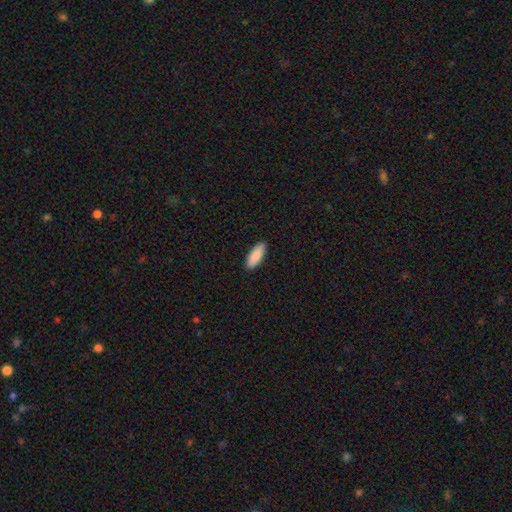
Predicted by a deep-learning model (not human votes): Smooth or featured? Predicted: smooth (p=0.89). How rounded? Predicted: in between (p=0.66). Merging? Predicted: none (p=0.90).